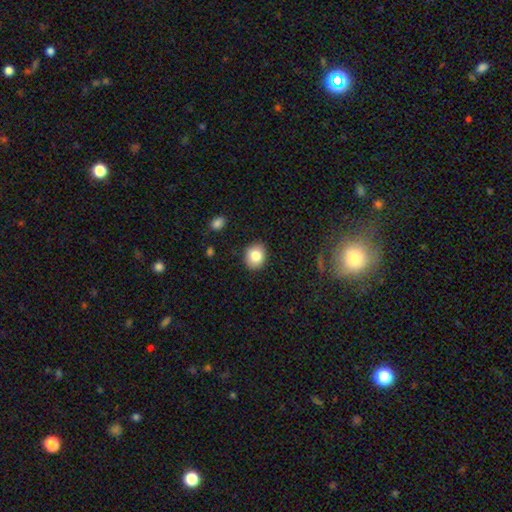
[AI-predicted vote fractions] Q: Smooth or featured?
A: smooth (82%); runner-up: featured or disk (9%)
Q: How rounded?
A: round (57%); runner-up: in between (42%)
Q: Merging?
A: none (87%); runner-up: minor disturbance (9%)